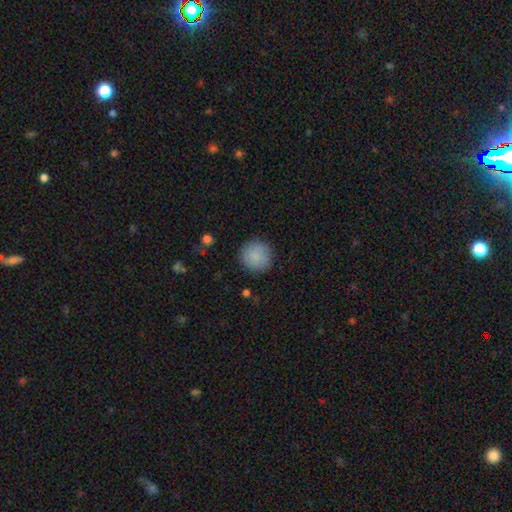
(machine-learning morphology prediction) Smooth or featured?
  - smooth: 87% *
  - star or artifact: 8%
  - featured or disk: 5%
How rounded?
  - round: 95% *
  - in between: 4%
  - cigar-shaped: 1%
Merging?
  - none: 88% *
  - minor disturbance: 8%
  - major disturbance: 2%
  - merger: 1%